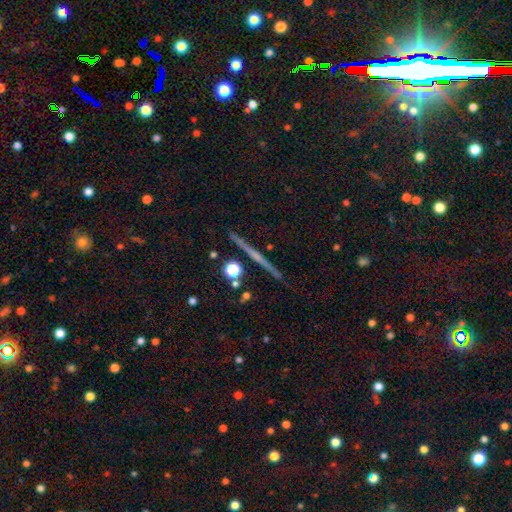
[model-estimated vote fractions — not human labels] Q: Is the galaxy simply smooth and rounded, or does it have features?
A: featured or disk — 67%.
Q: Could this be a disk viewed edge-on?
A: yes — 98%.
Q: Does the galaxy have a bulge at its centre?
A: none — 69%.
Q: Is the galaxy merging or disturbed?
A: none — 91%.